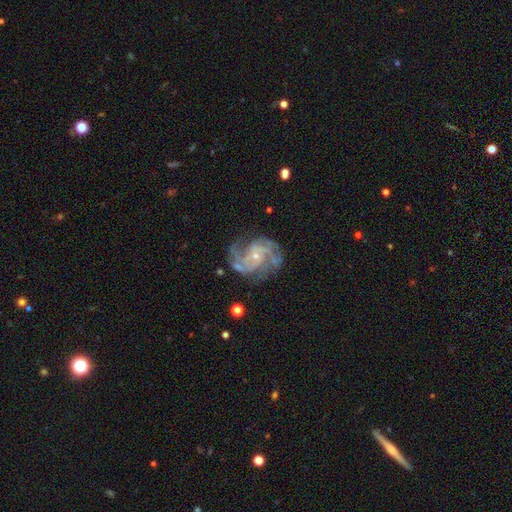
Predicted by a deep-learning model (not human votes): Smooth or featured?
  - featured or disk: 89% *
  - star or artifact: 7%
  - smooth: 5%
Edge-on disk?
  - no: 98% *
  - yes: 2%
Bar?
  - no: 59% *
  - weak: 32%
  - strong: 9%
Spiral arms?
  - yes: 97% *
  - no: 3%
Spiral winding?
  - medium: 49% *
  - tight: 36%
  - loose: 15%
Spiral arm count?
  - 2: 37% *
  - 3: 25%
  - can't tell: 15%
  - 4: 10%
  - more than 4: 6%
  - 1: 6%
Bulge size?
  - small: 76% *
  - moderate: 19%
  - none: 2%
  - large: 1%
  - dominant: 1%
Merging?
  - none: 71% *
  - minor disturbance: 18%
  - major disturbance: 10%
  - merger: 2%